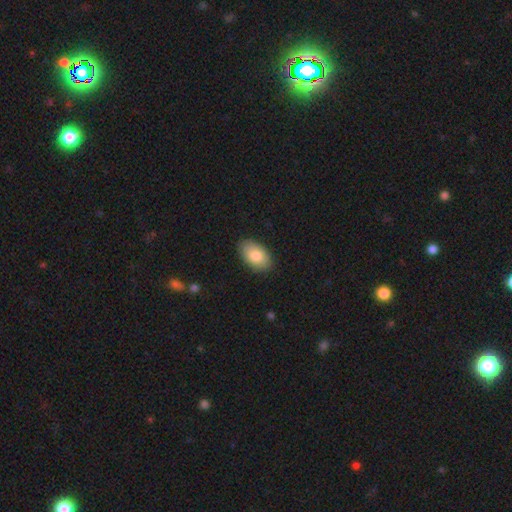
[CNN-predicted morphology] smooth 82%, featured or disk 12%, star or artifact 6%. Down the decision tree: how rounded — in between (93%); merging — none (87%).